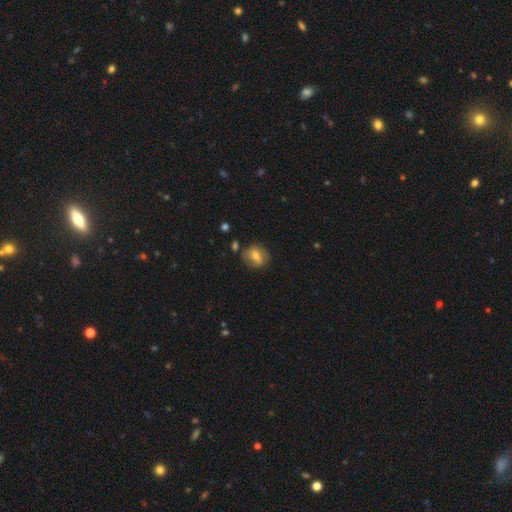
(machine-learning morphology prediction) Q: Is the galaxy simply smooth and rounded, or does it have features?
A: smooth — 65%.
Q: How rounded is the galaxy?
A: round — 51%.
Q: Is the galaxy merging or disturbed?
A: none — 70%.